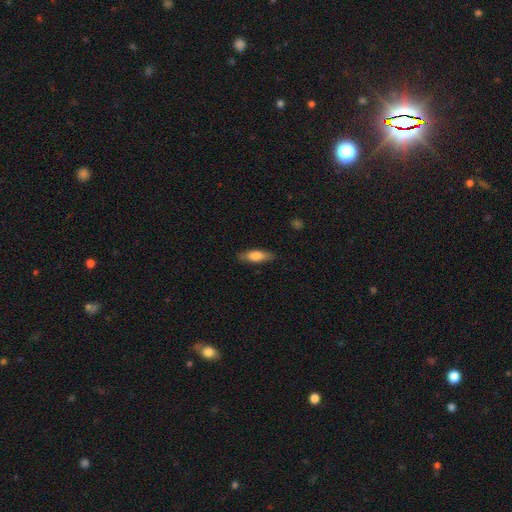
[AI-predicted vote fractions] smooth-or-featured: smooth: 73% | featured or disk: 21% | star or artifact: 6%
  how-rounded: in between: 54% | cigar-shaped: 43% | round: 2%
  merging: none: 85% | minor disturbance: 12% | major disturbance: 3% | merger: 1%